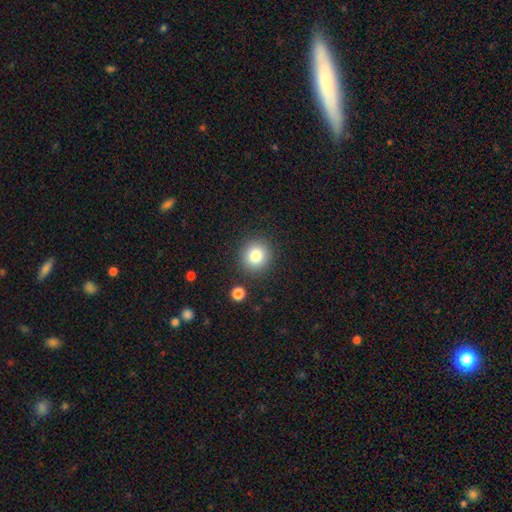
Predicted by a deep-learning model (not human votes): Morphology: type=smooth (82%); roundness=round (91%); merging=none (87%).